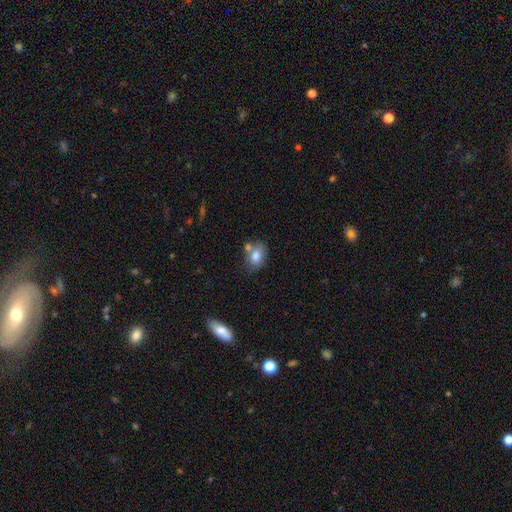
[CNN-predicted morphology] type=smooth (79%); roundness=in between (74%); merging=none (52%).